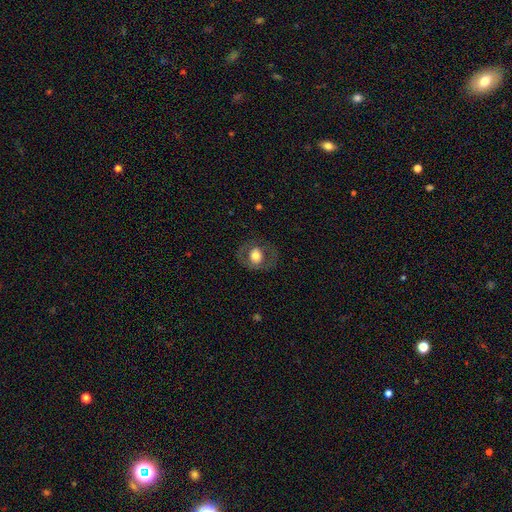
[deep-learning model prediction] This is possibly a smooth galaxy (57%). How rounded: likely round (67%). Merging: likely none (75%).